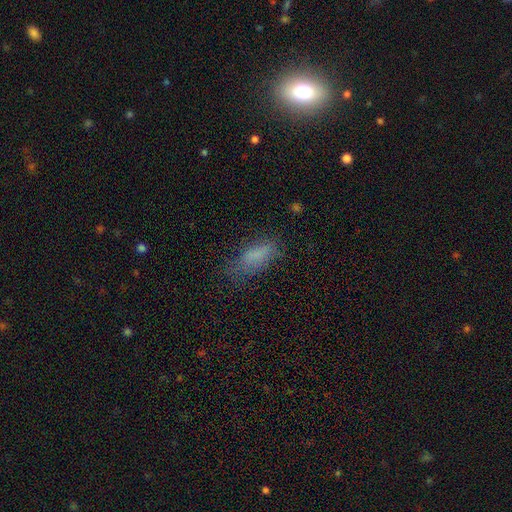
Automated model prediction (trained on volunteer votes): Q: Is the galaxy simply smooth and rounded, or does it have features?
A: smooth — 74%.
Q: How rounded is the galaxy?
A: in between — 73%.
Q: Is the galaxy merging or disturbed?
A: none — 60%.